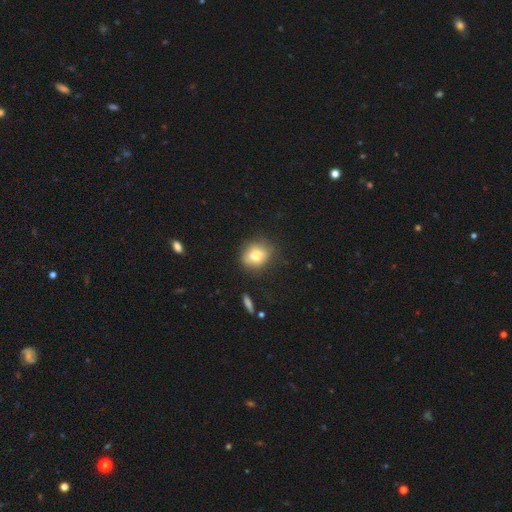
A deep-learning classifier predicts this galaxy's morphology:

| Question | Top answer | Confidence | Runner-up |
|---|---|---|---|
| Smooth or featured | smooth | 78% | featured or disk (12%) |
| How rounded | round | 64% | in between (35%) |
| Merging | none | 74% | minor disturbance (19%) |